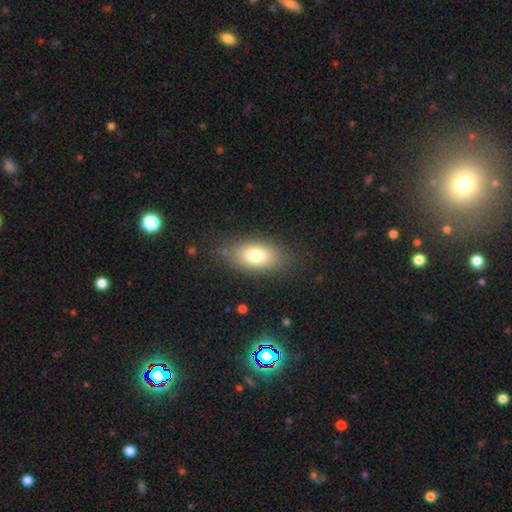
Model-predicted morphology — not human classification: Smooth or featured?
  - smooth: 77% *
  - featured or disk: 14%
  - star or artifact: 9%
How rounded?
  - in between: 88% *
  - round: 9%
  - cigar-shaped: 3%
Merging?
  - none: 81% *
  - minor disturbance: 13%
  - major disturbance: 5%
  - merger: 2%